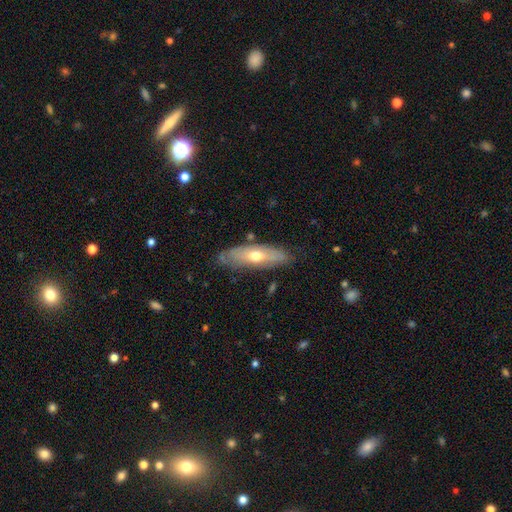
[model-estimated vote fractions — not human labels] The model was most divided on "smooth or featured": smooth: 49%, featured or disk: 45%, star or artifact: 6%. More confident: merging — none (76%).